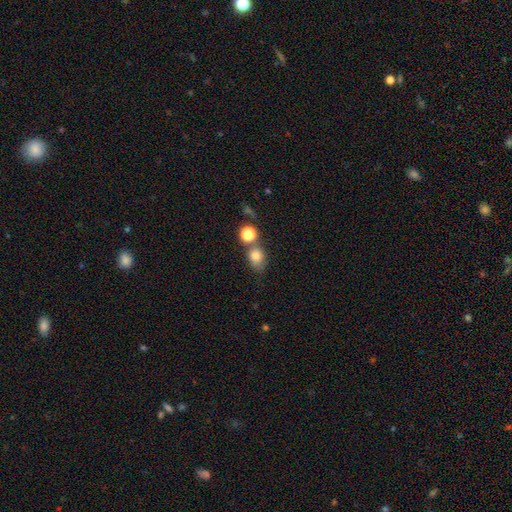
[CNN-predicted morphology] The model was most divided on "how rounded": in between: 52%, round: 46%, cigar-shaped: 1%. More confident: smooth or featured — smooth (77%); merging — none (54%).